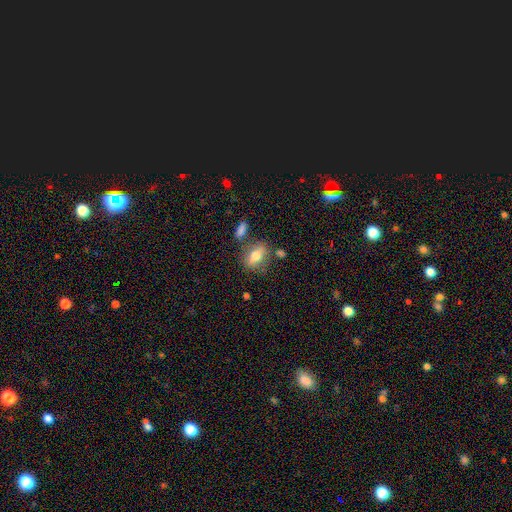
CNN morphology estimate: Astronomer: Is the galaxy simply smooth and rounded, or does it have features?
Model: smooth — 62%.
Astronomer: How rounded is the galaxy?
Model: in between — 71%.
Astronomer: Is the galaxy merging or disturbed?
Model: none — 67%.